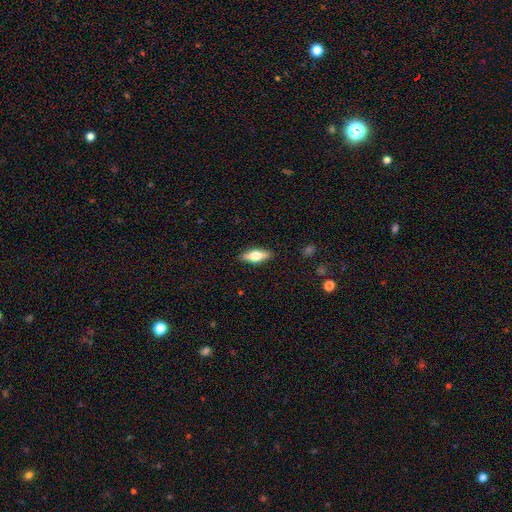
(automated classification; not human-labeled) smooth 49%, featured or disk 44%, star or artifact 6%. Down the decision tree: merging — none (89%).